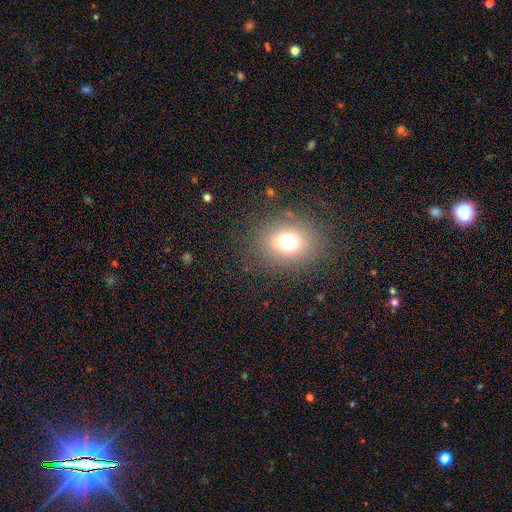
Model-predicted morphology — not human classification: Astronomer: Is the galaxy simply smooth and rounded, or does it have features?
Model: smooth — 64%.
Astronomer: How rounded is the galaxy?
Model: round — 49%, tied with in between at 49%.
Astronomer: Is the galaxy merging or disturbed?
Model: none — 90%.